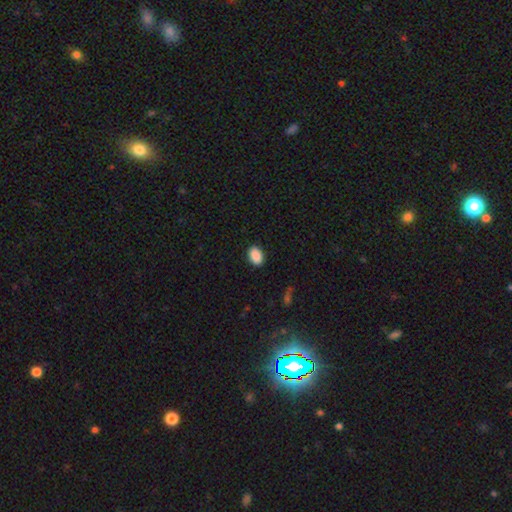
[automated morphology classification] This appears to be a smooth galaxy with no disk features (90%) that is in between round and cigar-shaped (84%). Merging: none (89%).